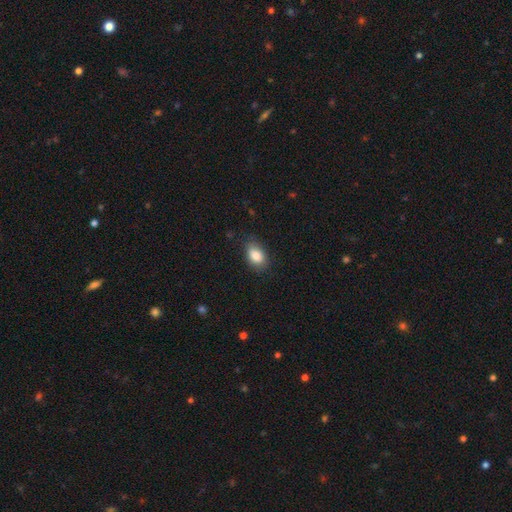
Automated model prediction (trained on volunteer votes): This appears to be a smooth galaxy with no disk features (85%) that is in between round and cigar-shaped (86%). Merging: none (77%).